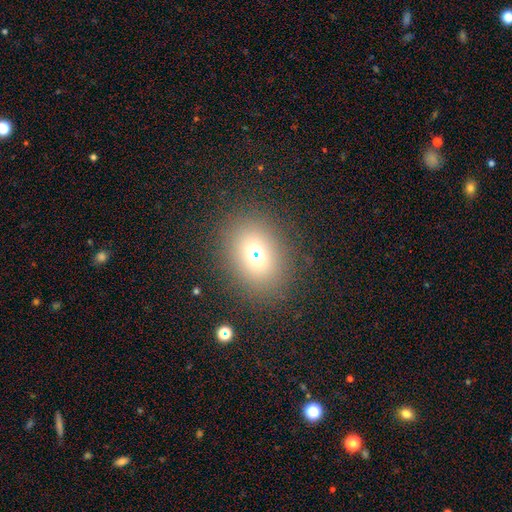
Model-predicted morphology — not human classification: This is likely a smooth galaxy (63%). How rounded: possibly round (50%). Merging: likely none (80%).